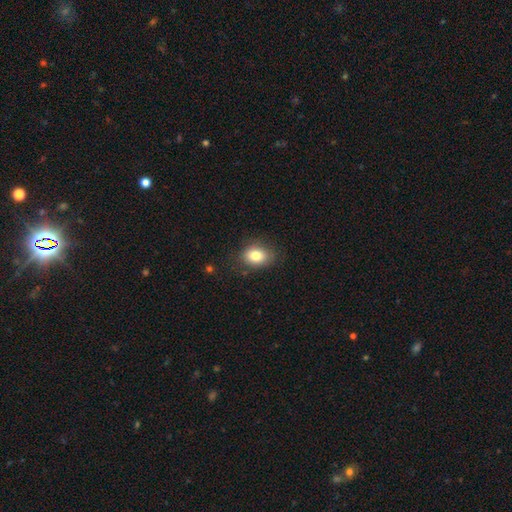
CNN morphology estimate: smooth-or-featured: smooth: 81% | featured or disk: 10% | star or artifact: 9%
  how-rounded: in between: 68% | round: 31% | cigar-shaped: 1%
  merging: none: 79% | minor disturbance: 15% | major disturbance: 4% | merger: 1%